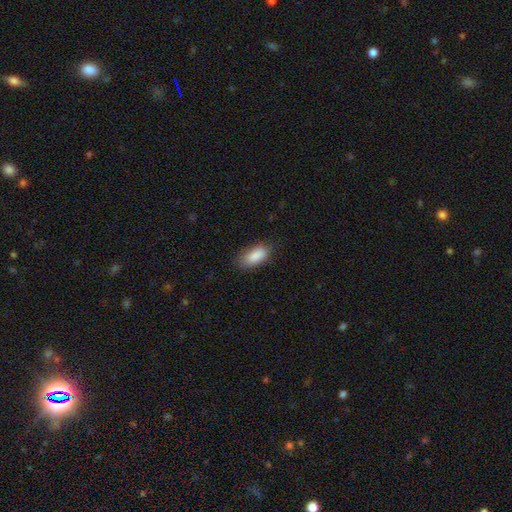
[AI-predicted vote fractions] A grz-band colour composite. It shows a smooth galaxy with no disk features (88%) that is in between round and cigar-shaped (88%). Merging: none (77%).